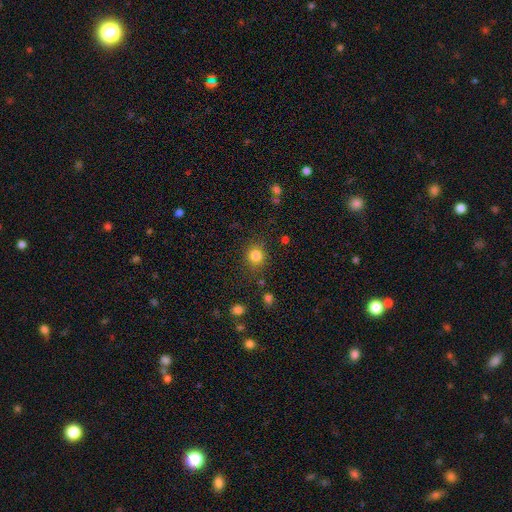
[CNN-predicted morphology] This is clearly a smooth galaxy (83%). How rounded: clearly round (86%). Merging: clearly none (82%).